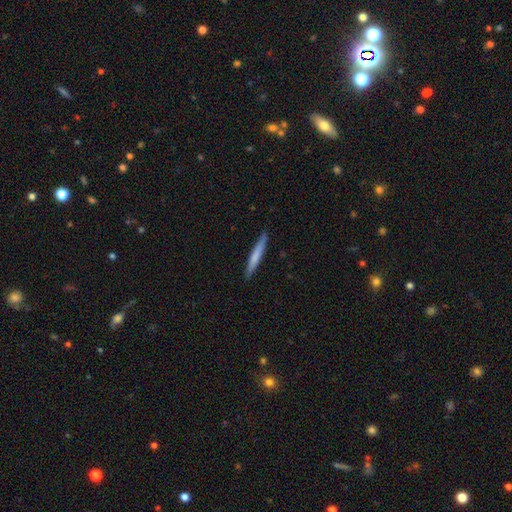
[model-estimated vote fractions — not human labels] smooth 69%, featured or disk 26%, star or artifact 5%. Down the decision tree: how rounded — cigar-shaped (96%); merging — none (91%).